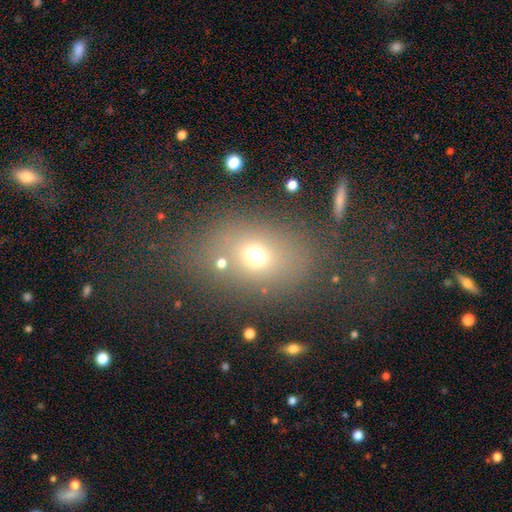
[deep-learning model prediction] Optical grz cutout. It shows a smooth galaxy with no disk features (66%) that is in between round and cigar-shaped (61%). Merging: none (71%).